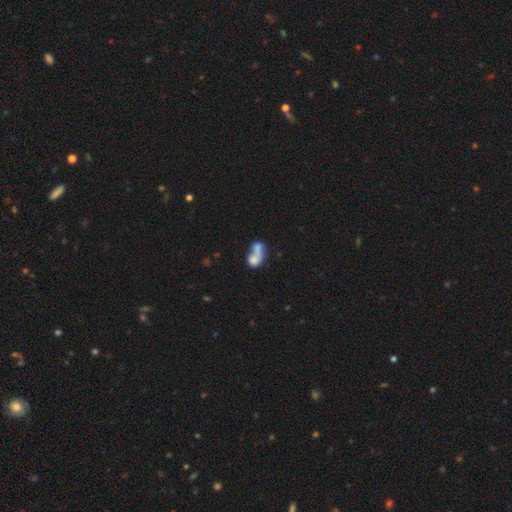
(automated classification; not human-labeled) A smooth galaxy with no disk features (65%) that is in between round and cigar-shaped (69%). Merging: merger (64%).